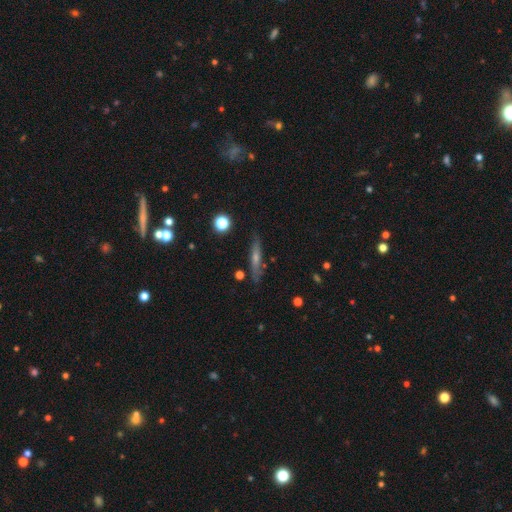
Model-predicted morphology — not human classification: Smooth or featured? featured or disk (50%)
Merging? none (82%)